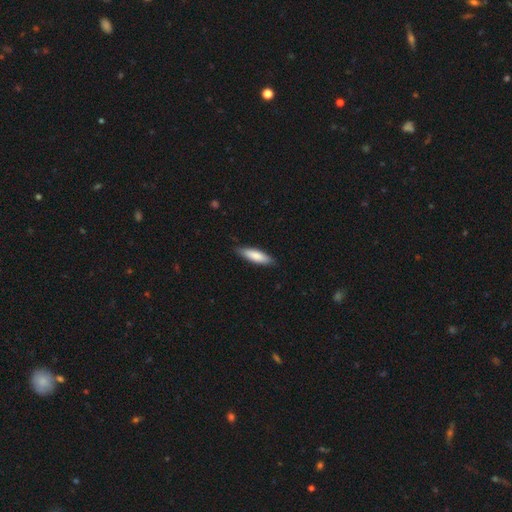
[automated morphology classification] Smooth or featured? smooth (82%)
How rounded? cigar-shaped (56%)
Merging? none (84%)